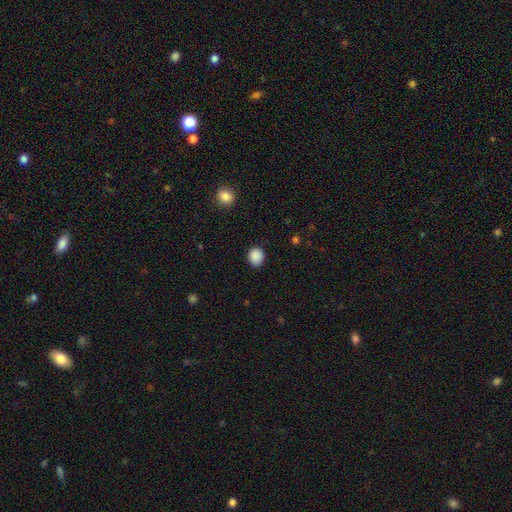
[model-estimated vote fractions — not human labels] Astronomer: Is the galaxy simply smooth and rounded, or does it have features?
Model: smooth — 88%.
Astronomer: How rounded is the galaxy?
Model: round — 76%.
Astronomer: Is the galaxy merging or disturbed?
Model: none — 86%.